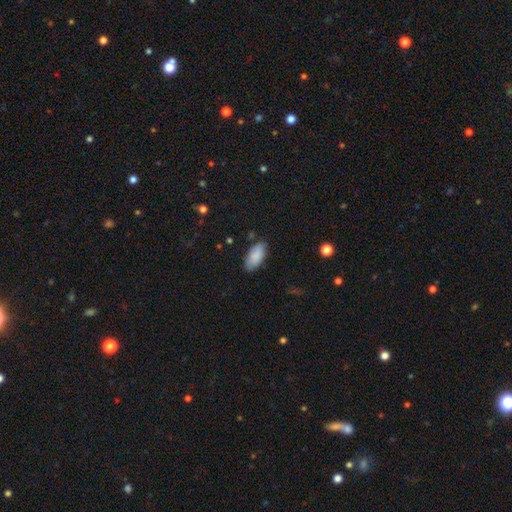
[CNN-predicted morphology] A smooth galaxy with no disk features (88%) that is in between round and cigar-shaped (92%).

Vote fractions:
- Smooth or featured? smooth: 88% / star or artifact: 6% / featured or disk: 6%
- How rounded? in between: 92% / cigar-shaped: 6% / round: 2%
- Merging? none: 79% / minor disturbance: 16% / major disturbance: 3% / merger: 1%